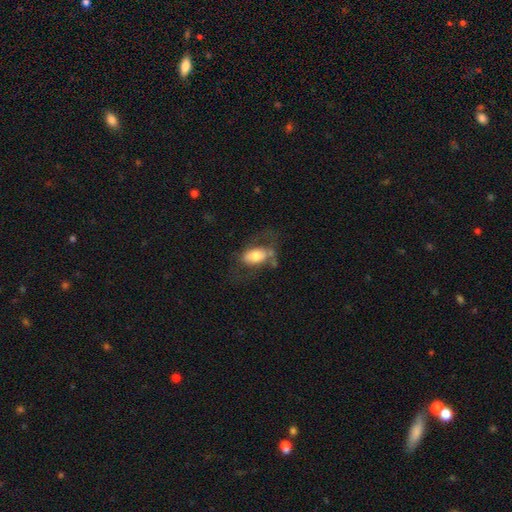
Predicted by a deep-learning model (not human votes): Overall: smooth (62%; featured or disk 31%). How rounded: in between (90%). Merging: none (42%; major disturbance 27%).